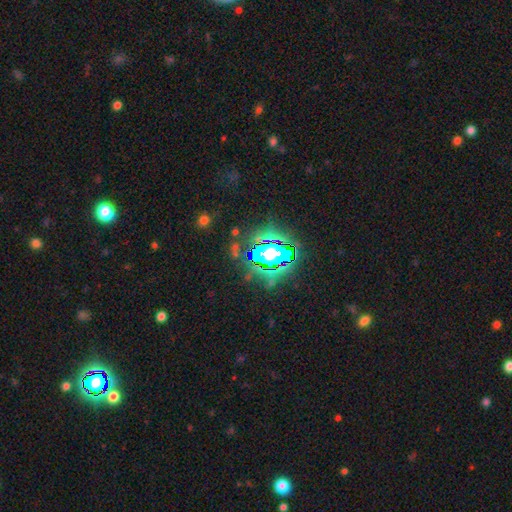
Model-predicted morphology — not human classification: This is clearly a star or artifact rather than a galaxy (83%).